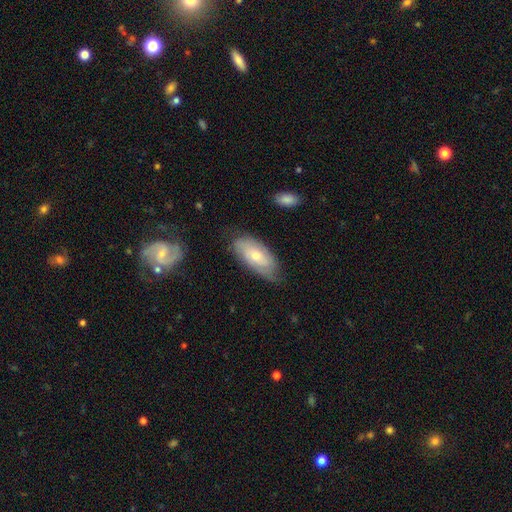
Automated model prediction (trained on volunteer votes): smooth-or-featured: smooth: 49% | featured or disk: 44% | star or artifact: 6%
  merging: none: 67% | minor disturbance: 25% | major disturbance: 6% | merger: 2%